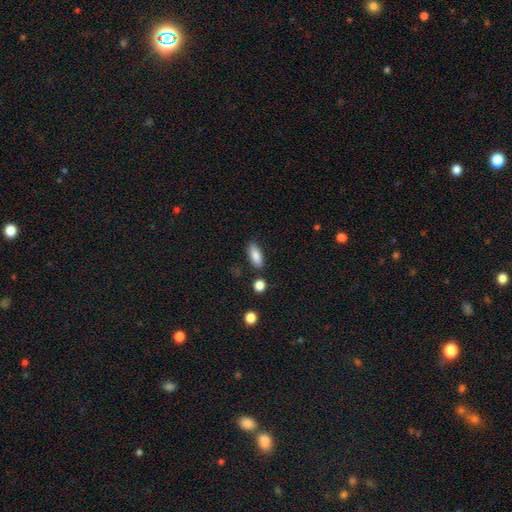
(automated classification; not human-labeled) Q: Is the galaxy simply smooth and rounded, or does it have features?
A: smooth — 85%.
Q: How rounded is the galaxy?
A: in between — 80%.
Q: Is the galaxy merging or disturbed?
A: none — 82%.